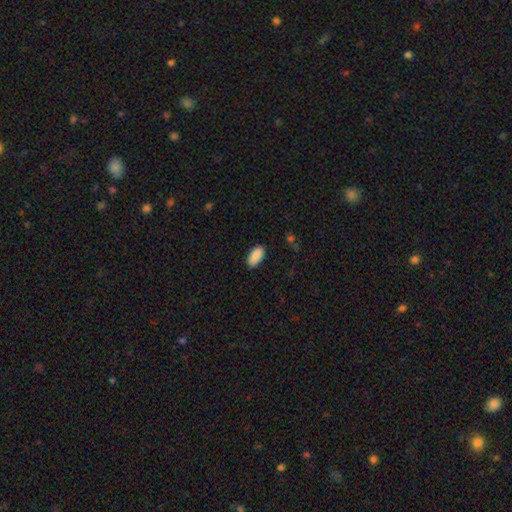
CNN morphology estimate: smooth 90%, star or artifact 7%, featured or disk 3%. Down the decision tree: how rounded — in between (94%); merging — none (87%).